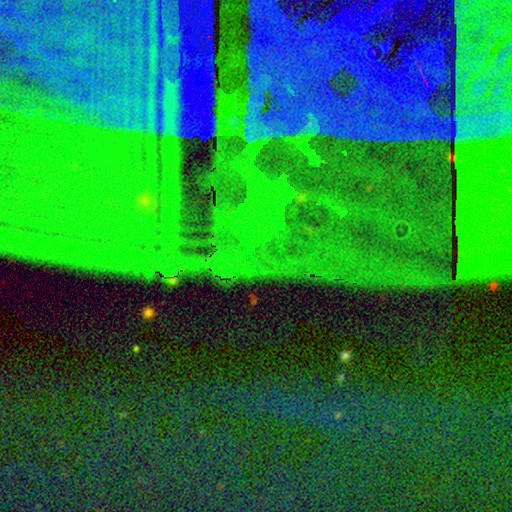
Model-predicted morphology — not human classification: Smooth or featured?
  - star or artifact: 84% *
  - featured or disk: 9%
  - smooth: 7%